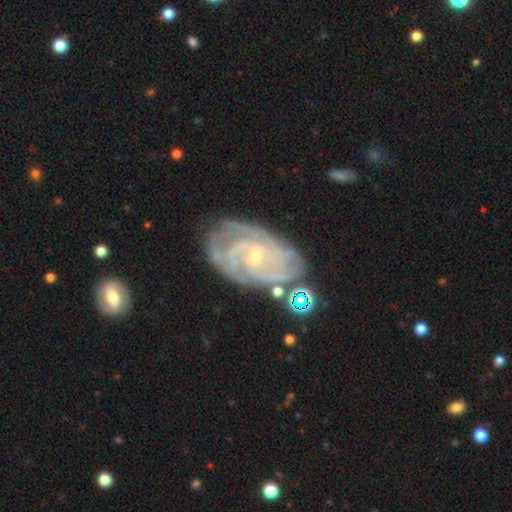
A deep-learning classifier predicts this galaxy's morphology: type=featured or disk (88%); edge-on=no (97%); bar=no (50%); spiral arms=yes (97%); winding=tight (66%); arm count=can't tell (26%); bulge=small (78%); merging=none (70%).